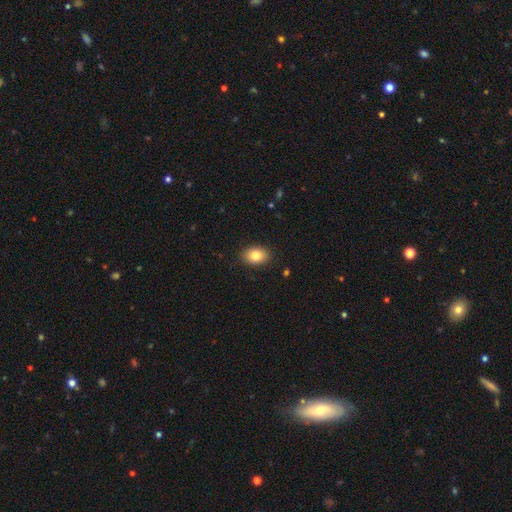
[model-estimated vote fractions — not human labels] smooth 84%, star or artifact 8%, featured or disk 8%. Down the decision tree: how rounded — in between (80%); merging — none (87%).